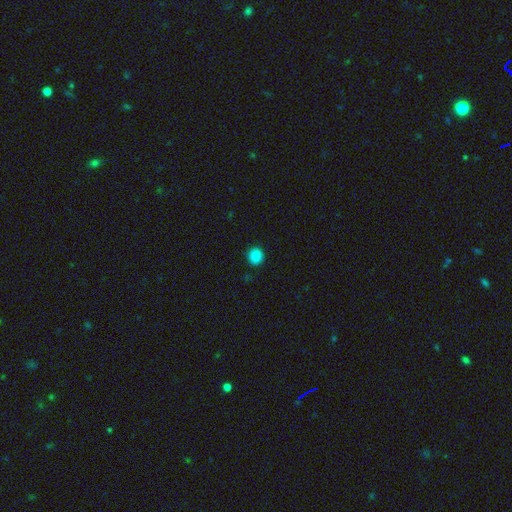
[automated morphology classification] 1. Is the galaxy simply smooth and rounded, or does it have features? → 87% smooth, 11% star or artifact, 2% featured or disk.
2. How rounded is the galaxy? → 91% round, 8% in between, 1% cigar-shaped.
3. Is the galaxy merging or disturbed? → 91% none, 6% minor disturbance, 2% major disturbance, 1% merger.